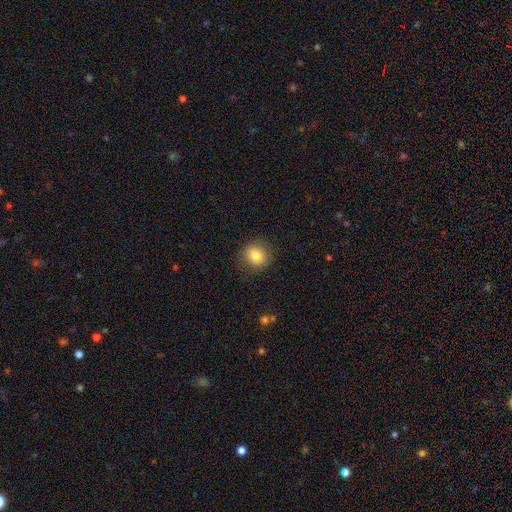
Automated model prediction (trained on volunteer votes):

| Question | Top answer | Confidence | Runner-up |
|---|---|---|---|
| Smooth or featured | smooth | 82% | star or artifact (10%) |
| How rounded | round | 83% | in between (16%) |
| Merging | none | 84% | minor disturbance (11%) |